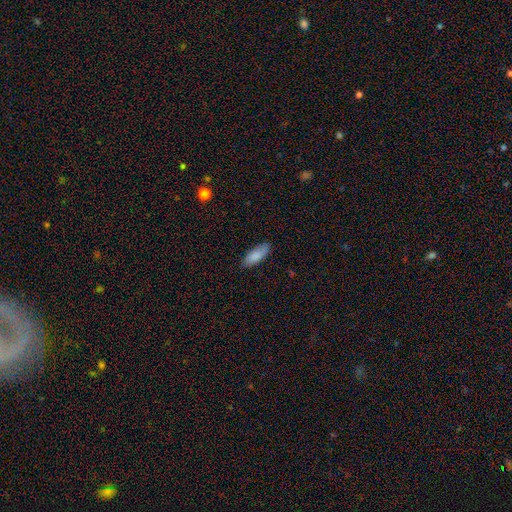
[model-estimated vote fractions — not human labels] Smooth or featured: smooth — 85% (featured or disk — 9%)
How rounded: in between — 70% (cigar-shaped — 29%)
Merging: none — 85% (minor disturbance — 12%)